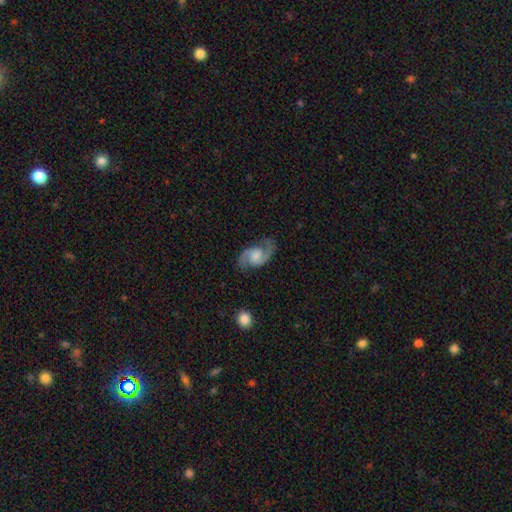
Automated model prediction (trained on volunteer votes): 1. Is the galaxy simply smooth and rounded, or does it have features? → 89% featured or disk, 6% smooth, 5% star or artifact.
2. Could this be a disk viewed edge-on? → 98% no, 2% yes.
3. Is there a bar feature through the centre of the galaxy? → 52% no, 40% weak, 8% strong.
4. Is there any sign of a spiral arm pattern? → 98% yes, 2% no.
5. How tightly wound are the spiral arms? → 59% medium, 24% loose, 17% tight.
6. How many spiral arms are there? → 94% 2, 2% can't tell, 1% 1, 1% 3, 1% 4, 1% more than 4.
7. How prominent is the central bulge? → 39% moderate, 32% small, 18% none, 9% large, 2% dominant.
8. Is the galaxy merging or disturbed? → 80% none, 14% minor disturbance, 5% major disturbance, 1% merger.